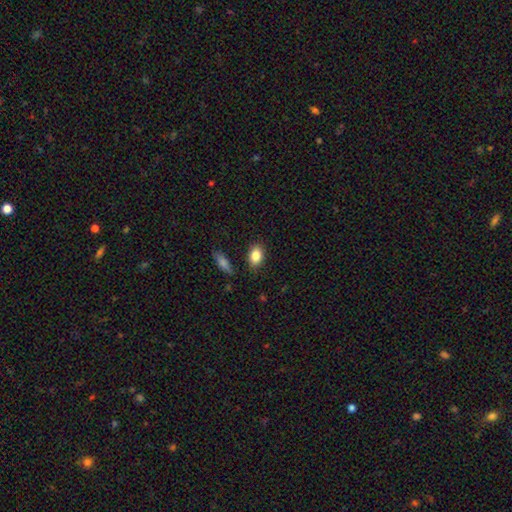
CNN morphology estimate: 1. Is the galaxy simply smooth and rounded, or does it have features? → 85% smooth, 8% star or artifact, 7% featured or disk.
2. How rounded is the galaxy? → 81% in between, 17% round, 2% cigar-shaped.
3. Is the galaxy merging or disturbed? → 84% none, 11% minor disturbance, 3% merger, 2% major disturbance.